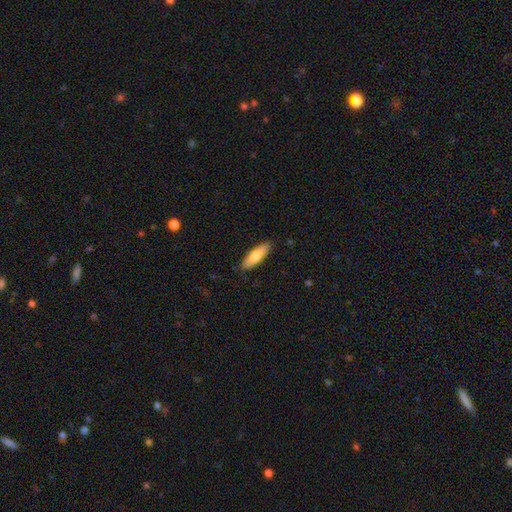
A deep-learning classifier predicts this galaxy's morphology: Overall: smooth (74%). How rounded: cigar-shaped (51%; in between 47%). Merging: none (88%).